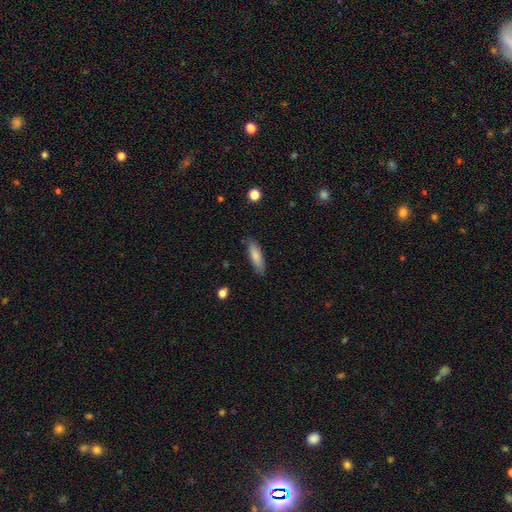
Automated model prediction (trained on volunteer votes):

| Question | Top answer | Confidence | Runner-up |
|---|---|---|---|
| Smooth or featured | smooth | 82% | featured or disk (12%) |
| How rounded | cigar-shaped | 56% | in between (42%) |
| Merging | none | 83% | minor disturbance (13%) |